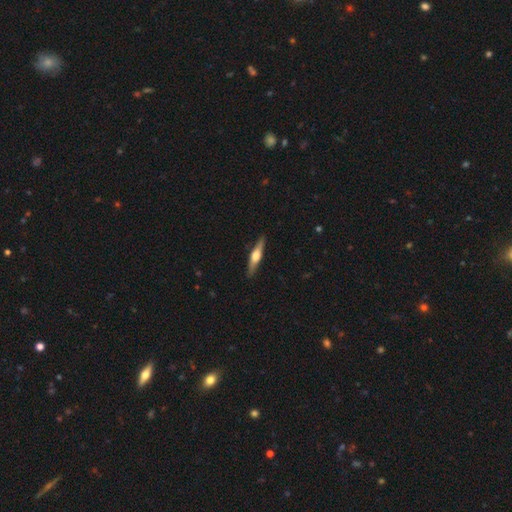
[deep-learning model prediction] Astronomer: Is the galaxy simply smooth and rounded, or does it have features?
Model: featured or disk — 63%.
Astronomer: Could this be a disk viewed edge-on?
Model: yes — 96%.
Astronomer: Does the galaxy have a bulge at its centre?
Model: rounded — 90%.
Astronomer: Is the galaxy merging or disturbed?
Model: none — 90%.